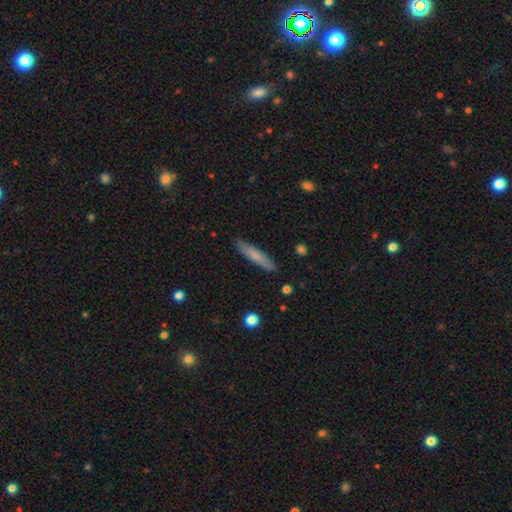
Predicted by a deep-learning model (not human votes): The model was most divided on "smooth or featured": smooth: 72%, featured or disk: 22%, star or artifact: 6%. More confident: how rounded — cigar-shaped (90%); merging — none (89%).